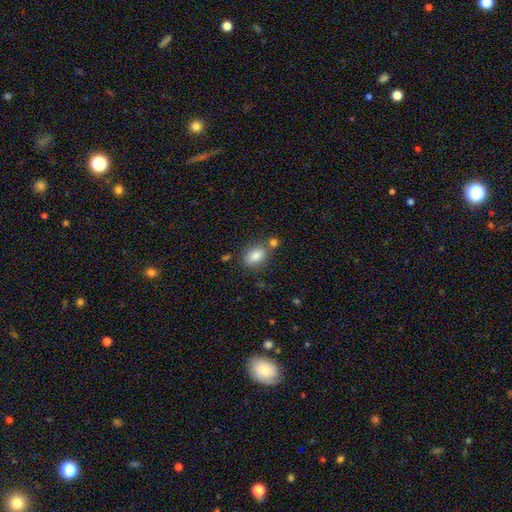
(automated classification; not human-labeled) This is clearly a smooth galaxy (83%). How rounded: clearly in between (85%). Merging: likely none (67%).